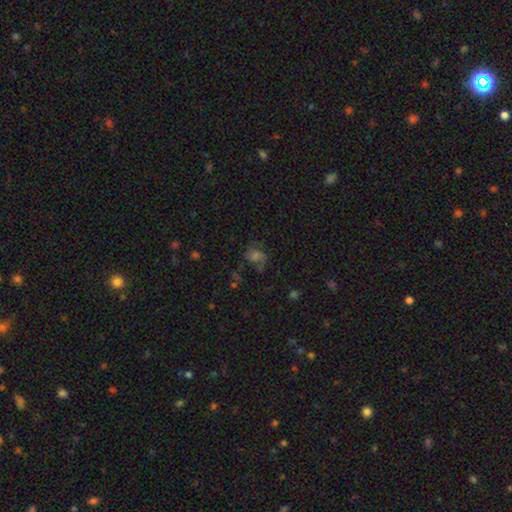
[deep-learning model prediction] The model was most divided on "smooth or featured": featured or disk: 38%, smooth: 35%, star or artifact: 27%. More confident: merging — none (60%).